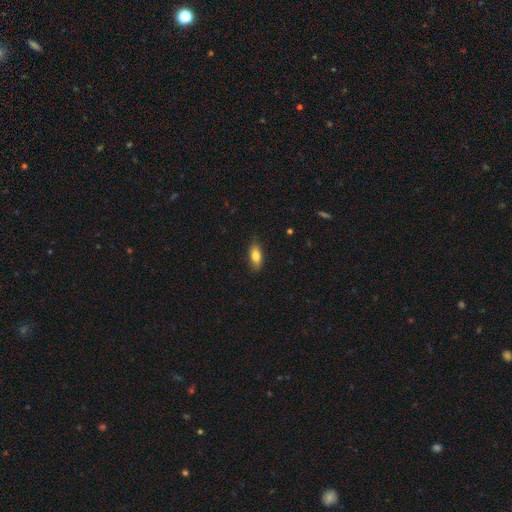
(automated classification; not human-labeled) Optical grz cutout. It shows a smooth galaxy with no disk features (79%) that is in between round and cigar-shaped (80%). Merging: none (83%).